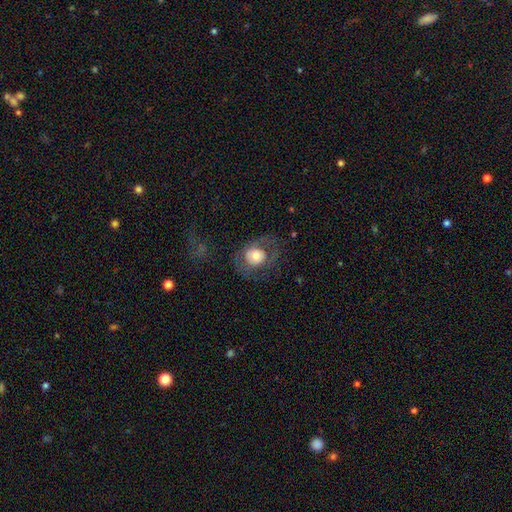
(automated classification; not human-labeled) Overall: smooth (55%; featured or disk 37%). How rounded: round (63%; in between 36%). Merging: none (60%; major disturbance 21%).